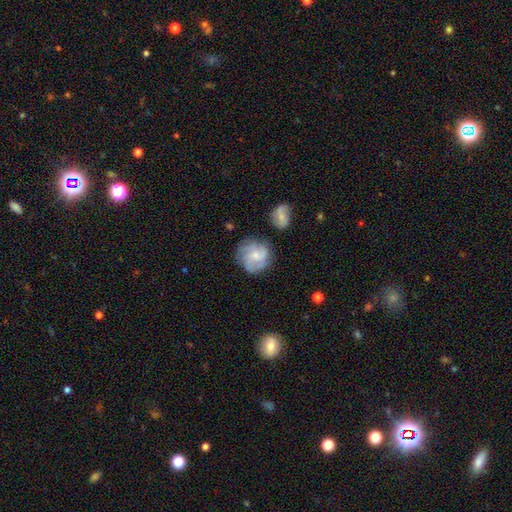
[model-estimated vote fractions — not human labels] featured or disk 62%, smooth 30%, star or artifact 7%. Down the decision tree: edge-on disk — no (98%); bar — no (67%); spiral arms — yes (89%); spiral arm count — 3 (38%); spiral winding — medium (44%); bulge size — small (56%); merging — none (68%).